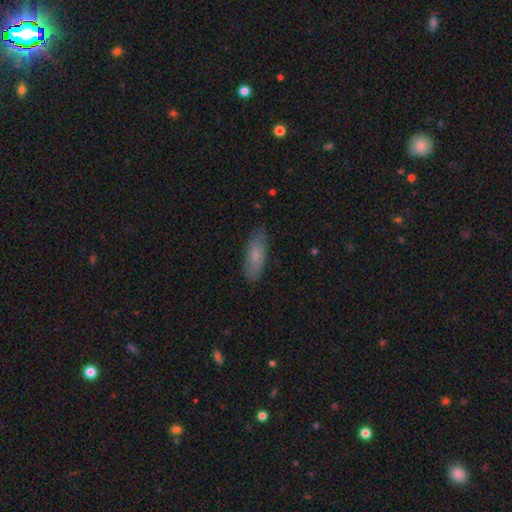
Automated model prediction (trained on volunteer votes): Smooth or featured: smooth — 76% (featured or disk — 18%)
How rounded: in between — 62% (cigar-shaped — 36%)
Merging: none — 83% (minor disturbance — 13%)